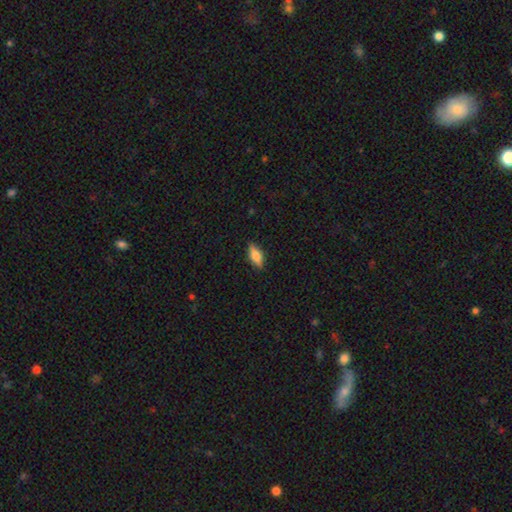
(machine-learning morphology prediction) This appears to be a smooth galaxy with no disk features (67%) that is in between round and cigar-shaped (74%). Merging: none (86%).